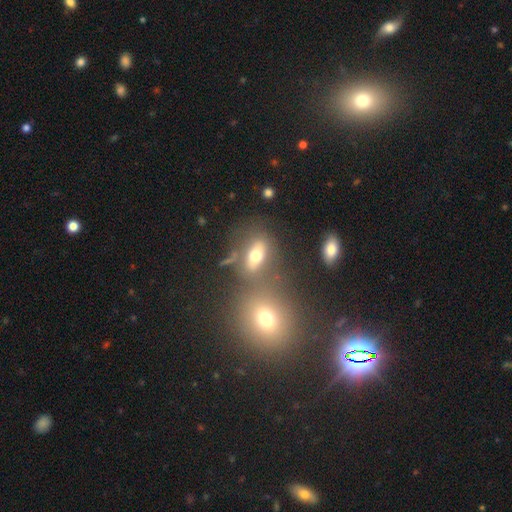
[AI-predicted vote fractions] A smooth galaxy with no disk features (65%) that is in between round and cigar-shaped (73%).

Vote fractions:
- Smooth or featured? smooth: 65% / featured or disk: 19% / star or artifact: 16%
- How rounded? in between: 73% / round: 20% / cigar-shaped: 7%
- Merging? none: 61% / merger: 20% / minor disturbance: 12% / major disturbance: 7%